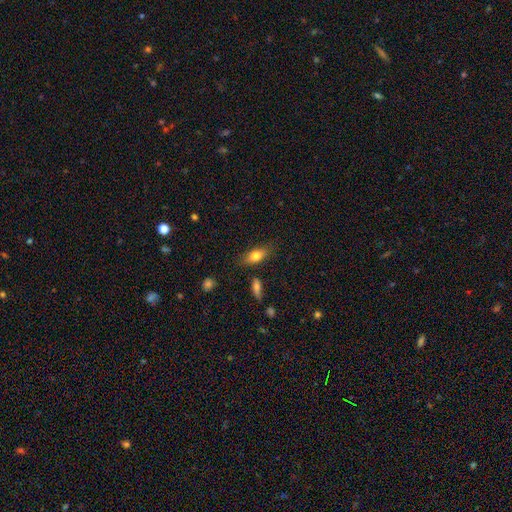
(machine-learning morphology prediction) Smooth or featured? Predicted: smooth (p=0.76). How rounded? Predicted: in between (p=0.82). Merging? Predicted: none (p=0.77).